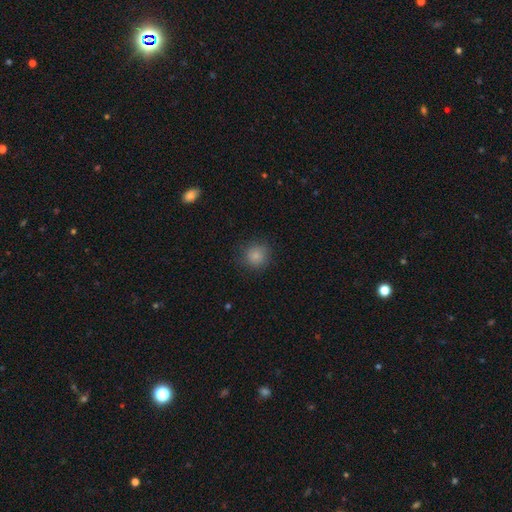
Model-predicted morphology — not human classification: Smooth or featured? smooth (84%)
How rounded? round (92%)
Merging? none (85%)